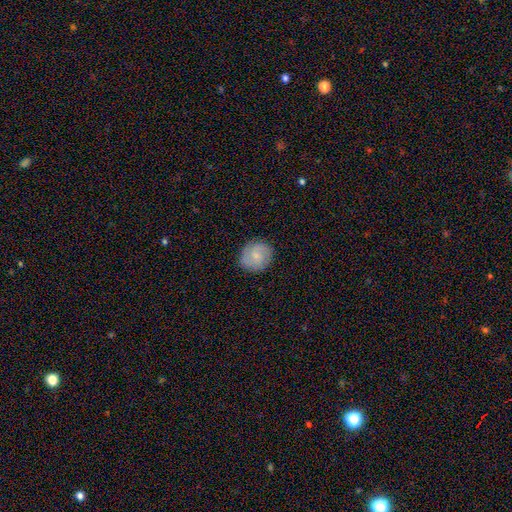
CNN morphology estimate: featured or disk 47%, smooth 46%, star or artifact 7%. Down the decision tree: merging — none (85%).